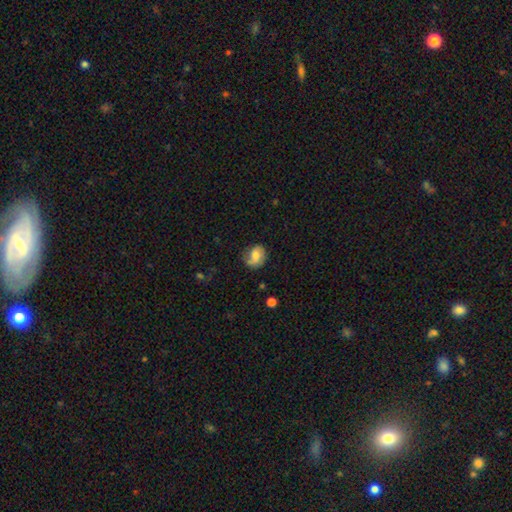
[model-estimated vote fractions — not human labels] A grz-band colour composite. It shows a smooth galaxy with no disk features (53%) that is round (59%). Merging: none (60%).